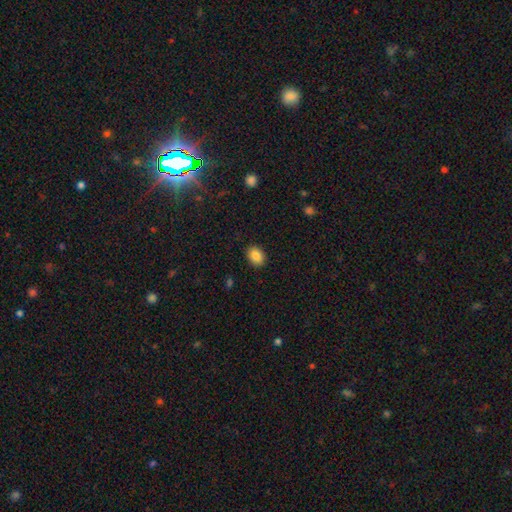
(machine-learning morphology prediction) type=smooth (87%); roundness=in between (64%); merging=none (89%).